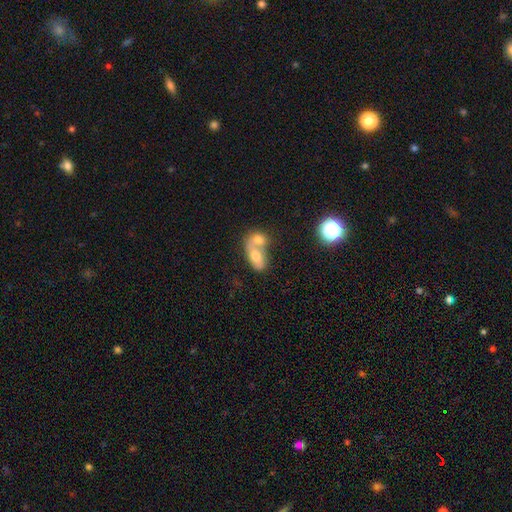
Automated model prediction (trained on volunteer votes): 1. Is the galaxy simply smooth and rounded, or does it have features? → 63% smooth, 27% featured or disk, 10% star or artifact.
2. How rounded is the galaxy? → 76% in between, 18% round, 5% cigar-shaped.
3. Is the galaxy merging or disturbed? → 73% merger, 17% none, 6% minor disturbance, 4% major disturbance.